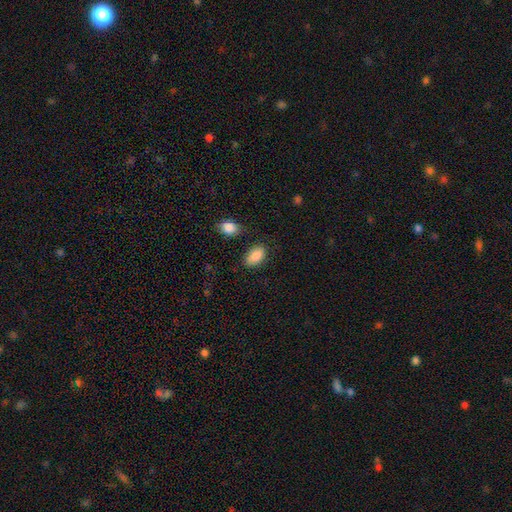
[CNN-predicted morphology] Q: Smooth or featured?
A: smooth (88%); runner-up: star or artifact (7%)
Q: How rounded?
A: in between (91%); runner-up: round (7%)
Q: Merging?
A: none (77%); runner-up: minor disturbance (15%)